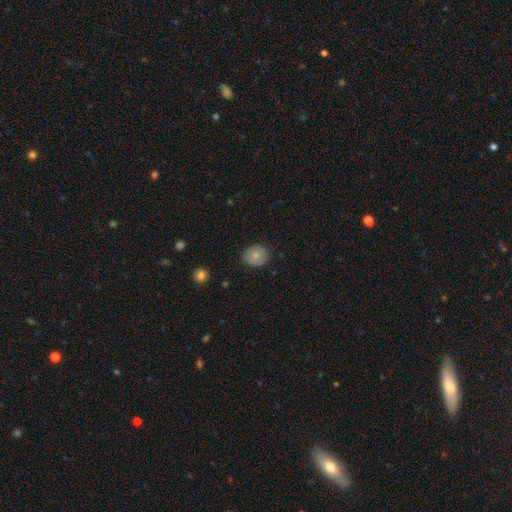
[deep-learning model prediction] smooth 77%, featured or disk 14%, star or artifact 8%. Down the decision tree: how rounded — round (69%); merging — none (84%).